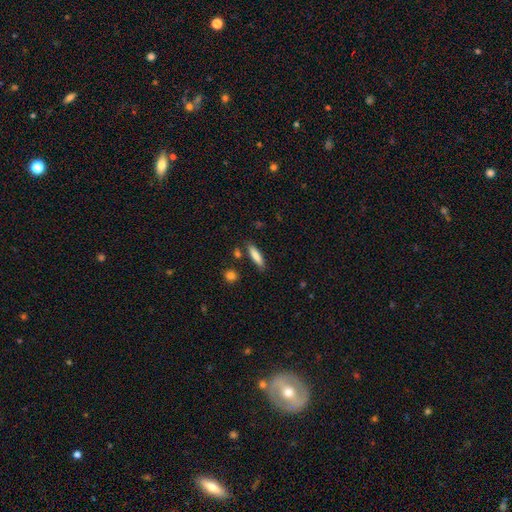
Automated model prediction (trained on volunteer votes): This is likely a smooth galaxy (80%). How rounded: likely cigar-shaped (74%). Merging: clearly none (82%).